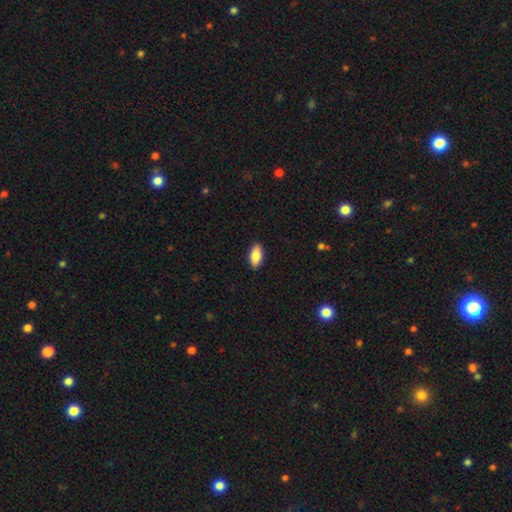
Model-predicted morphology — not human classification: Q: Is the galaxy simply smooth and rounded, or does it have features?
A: smooth — 83%.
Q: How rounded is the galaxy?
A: in between — 88%.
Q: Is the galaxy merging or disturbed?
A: none — 89%.